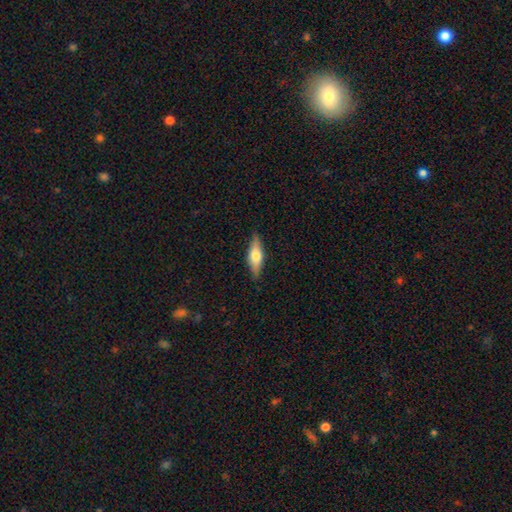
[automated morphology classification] A smooth galaxy with no disk features (50%) that is in between round and cigar-shaped (56%). Merging: none (85%).